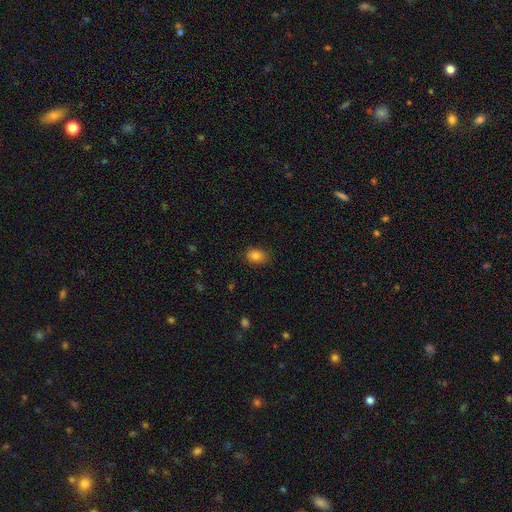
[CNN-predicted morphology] type=smooth (85%); roundness=in between (74%); merging=none (86%).